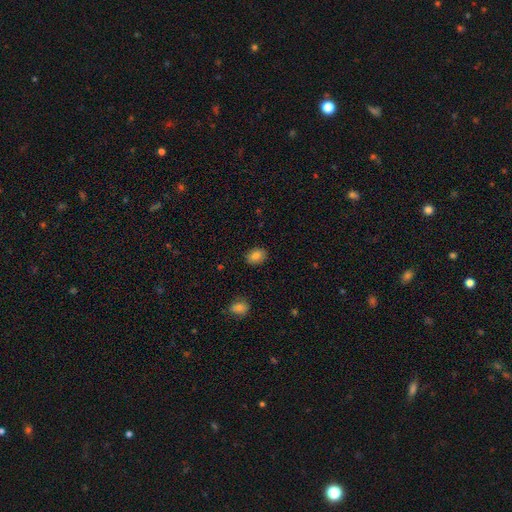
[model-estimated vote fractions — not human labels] Smooth or featured: smooth — 83% (star or artifact — 9%)
How rounded: in between — 67% (round — 32%)
Merging: none — 88% (minor disturbance — 9%)